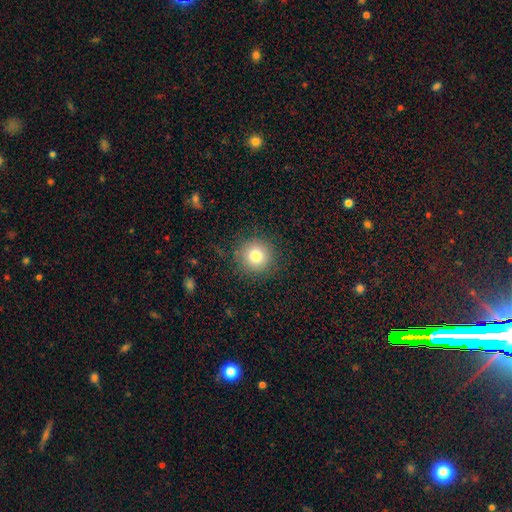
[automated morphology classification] smooth_or_featured: smooth (p=0.80) [alt: star or artifact p=0.11]
how_rounded: round (p=0.94) [alt: in between p=0.05]
merging: none (p=0.88) [alt: minor disturbance p=0.08]